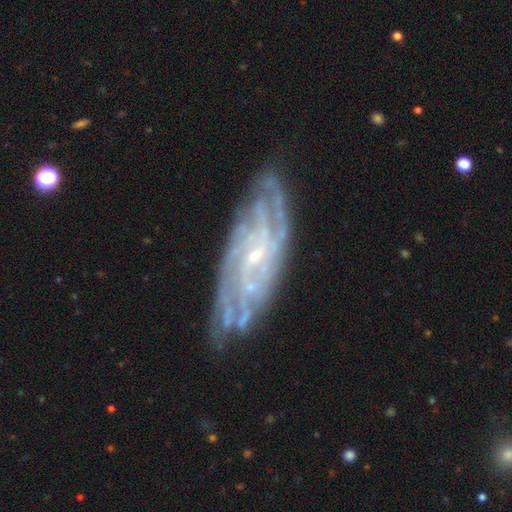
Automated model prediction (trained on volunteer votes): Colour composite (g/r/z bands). It shows a featured or disk galaxy (88%) with no bar (51%), tight (65%) spiral arms (97%) and a small central bulge (80%). Merging: none (77%).